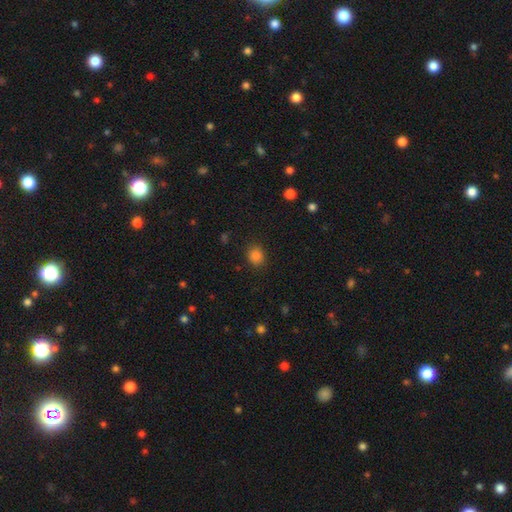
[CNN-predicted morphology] Overall: smooth (85%). How rounded: round (75%). Merging: none (87%).